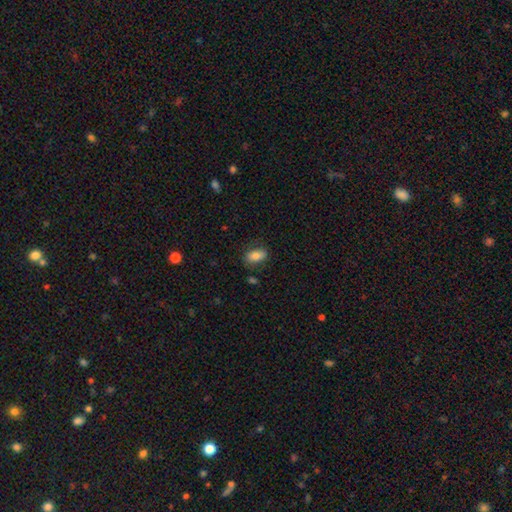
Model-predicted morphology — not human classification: A smooth galaxy with no disk features (81%) that is in between round and cigar-shaped (91%).

Vote fractions:
- Smooth or featured? smooth: 81% / featured or disk: 11% / star or artifact: 8%
- How rounded? in between: 91% / round: 6% / cigar-shaped: 3%
- Merging? none: 77% / minor disturbance: 16% / major disturbance: 5% / merger: 3%